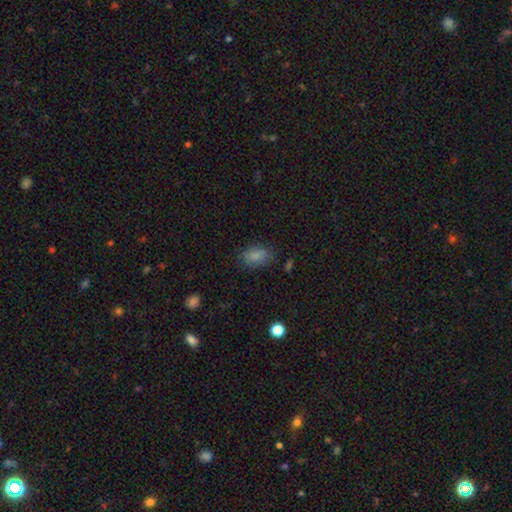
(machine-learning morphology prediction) Q: Smooth or featured?
A: smooth (84%); runner-up: star or artifact (10%)
Q: How rounded?
A: in between (87%); runner-up: round (11%)
Q: Merging?
A: none (78%); runner-up: minor disturbance (16%)